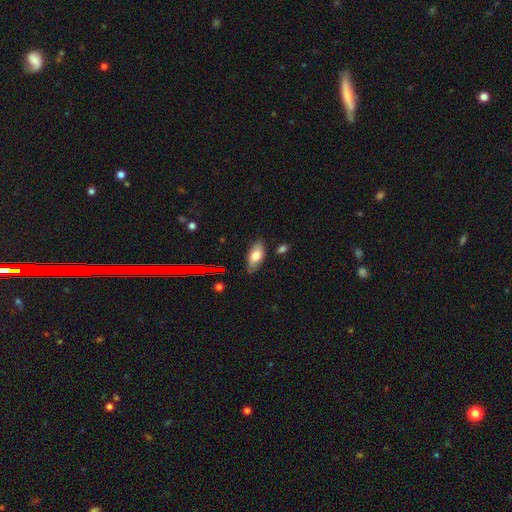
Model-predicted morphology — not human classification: A smooth galaxy with no disk features (73%) that is in between round and cigar-shaped (90%). Merging: none (76%).